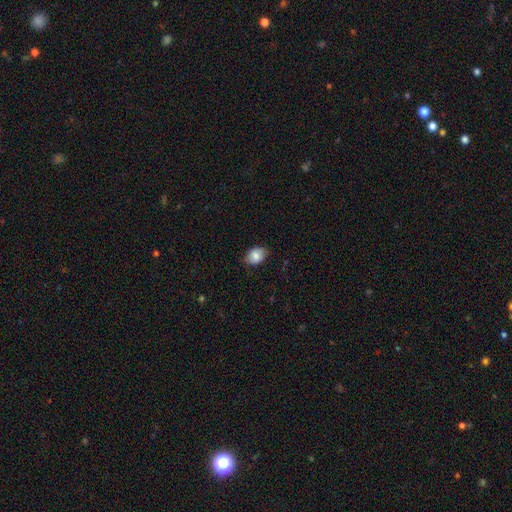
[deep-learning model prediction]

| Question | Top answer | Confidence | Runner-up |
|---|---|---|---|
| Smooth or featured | smooth | 84% | star or artifact (8%) |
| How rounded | in between | 68% | round (31%) |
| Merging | none | 80% | minor disturbance (16%) |